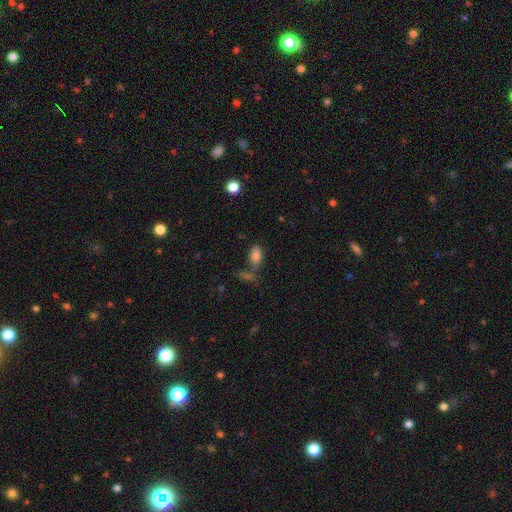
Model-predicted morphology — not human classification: type=smooth (81%); roundness=in between (92%); merging=none (53%).